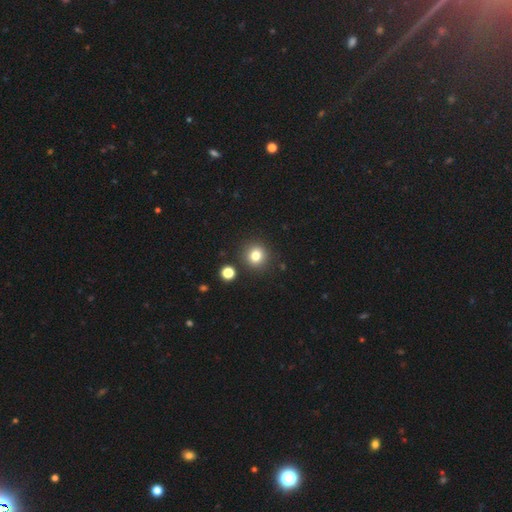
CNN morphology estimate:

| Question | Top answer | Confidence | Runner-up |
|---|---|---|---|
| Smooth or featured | smooth | 80% | star or artifact (14%) |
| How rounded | round | 91% | in between (8%) |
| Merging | none | 87% | minor disturbance (7%) |